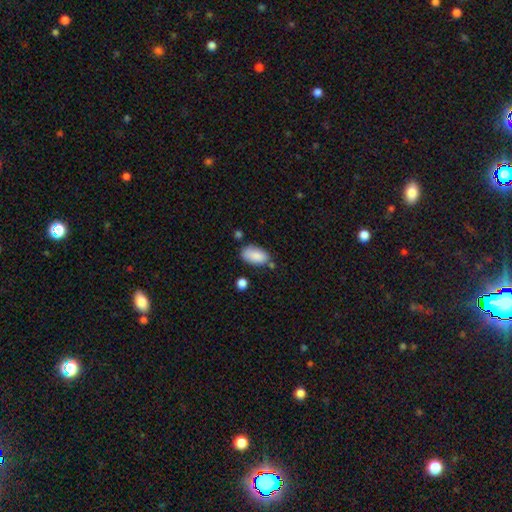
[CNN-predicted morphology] Q: Smooth or featured?
A: smooth (88%); runner-up: star or artifact (7%)
Q: How rounded?
A: in between (95%); runner-up: round (3%)
Q: Merging?
A: none (70%); runner-up: minor disturbance (20%)